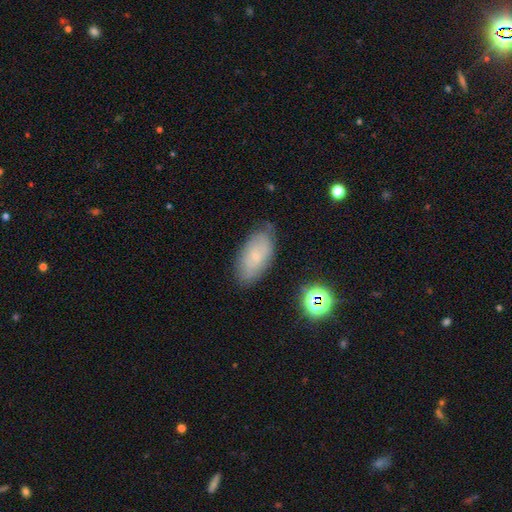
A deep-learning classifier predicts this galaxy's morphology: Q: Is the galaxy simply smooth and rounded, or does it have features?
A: smooth — 54%.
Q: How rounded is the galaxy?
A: in between — 92%.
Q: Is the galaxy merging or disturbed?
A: none — 74%.